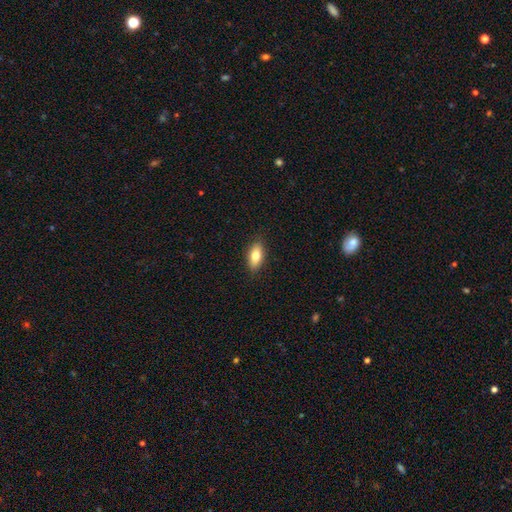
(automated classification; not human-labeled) Smooth or featured? smooth (78%)
How rounded? in between (86%)
Merging? none (88%)